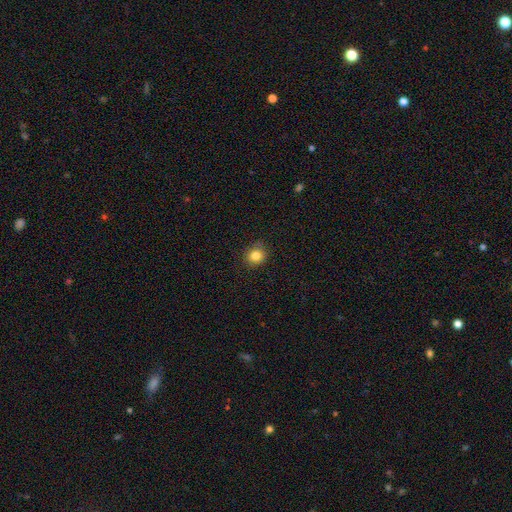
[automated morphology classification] This is clearly a smooth galaxy (84%). How rounded: clearly round (81%). Merging: clearly none (84%).